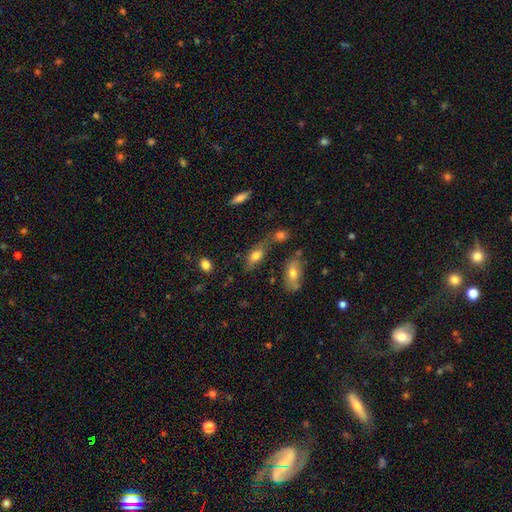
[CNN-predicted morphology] Smooth or featured: smooth — 74% (featured or disk — 17%)
How rounded: in between — 82% (cigar-shaped — 11%)
Merging: none — 49% (merger — 22%)